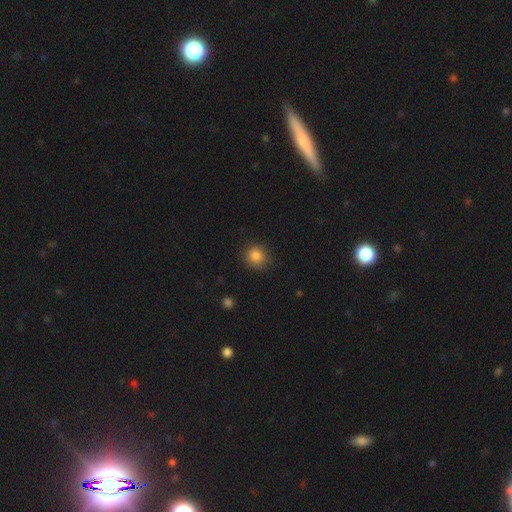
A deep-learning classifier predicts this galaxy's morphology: type=smooth (85%); roundness=round (84%); merging=none (84%).